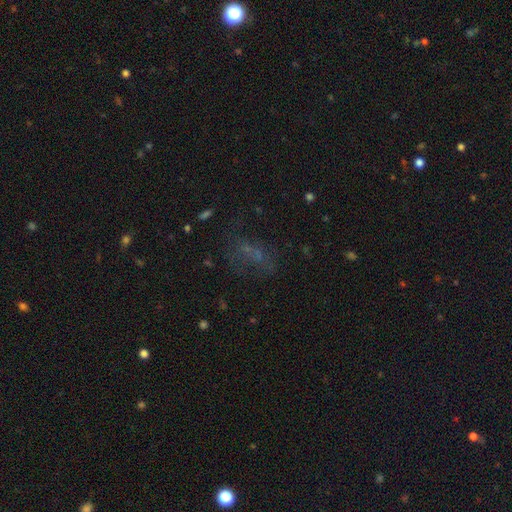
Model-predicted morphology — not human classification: Smooth or featured: smooth — 38% (star or artifact — 33%)
Merging: none — 49% (major disturbance — 28%)